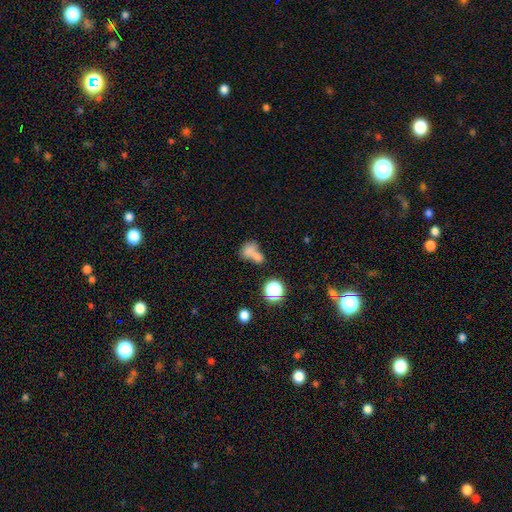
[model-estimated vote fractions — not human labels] Smooth or featured?
  - smooth: 69% *
  - featured or disk: 16%
  - star or artifact: 15%
How rounded?
  - in between: 64% *
  - round: 33%
  - cigar-shaped: 4%
Merging?
  - merger: 56% *
  - none: 24%
  - minor disturbance: 10%
  - major disturbance: 10%